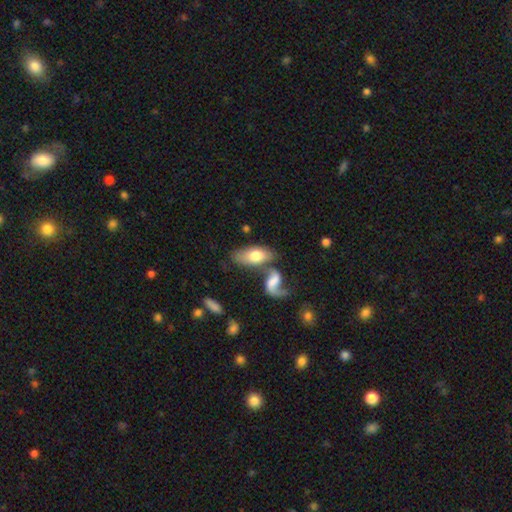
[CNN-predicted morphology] smooth 62%, featured or disk 31%, star or artifact 6%. Down the decision tree: how rounded — in between (88%); merging — none (42%).